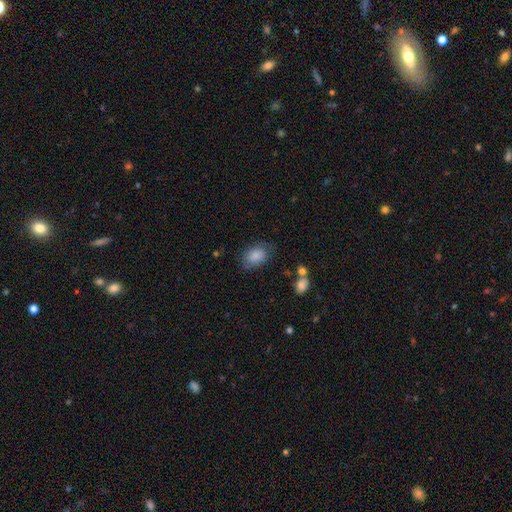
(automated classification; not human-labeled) Smooth or featured: smooth — 81% (featured or disk — 12%)
How rounded: in between — 85% (round — 13%)
Merging: none — 68% (minor disturbance — 22%)